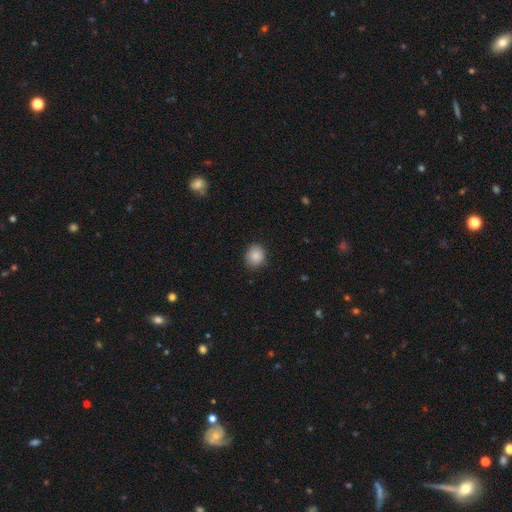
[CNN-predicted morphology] Overall: smooth (86%). How rounded: round (73%). Merging: none (84%).